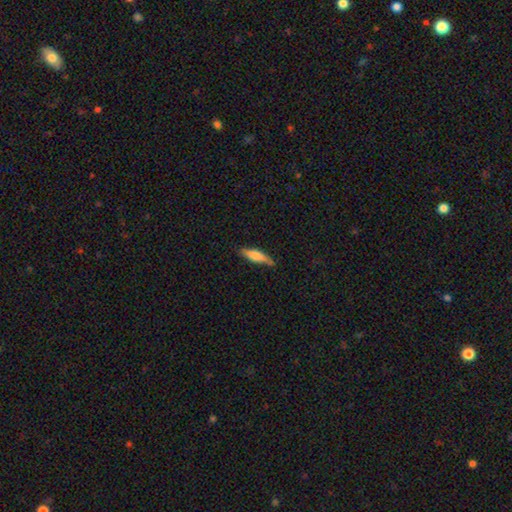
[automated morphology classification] Smooth or featured: smooth — 69% (featured or disk — 25%)
How rounded: cigar-shaped — 69% (in between — 30%)
Merging: none — 74% (minor disturbance — 21%)